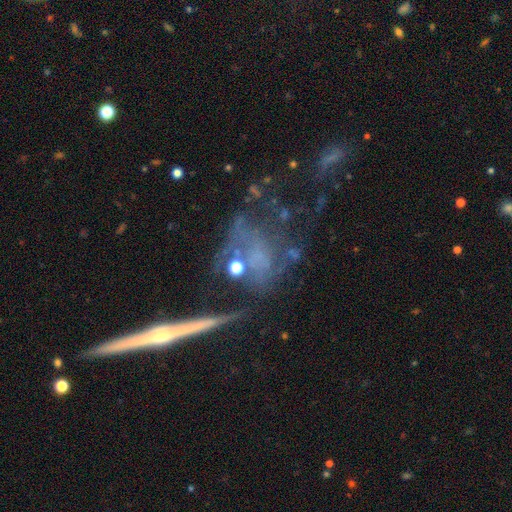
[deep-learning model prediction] smooth-or-featured: featured or disk: 59% | smooth: 23% | star or artifact: 18%
  disk-edge-on: no: 54% | yes: 46%
  merging: none: 43% | major disturbance: 24% | minor disturbance: 19% | merger: 14%